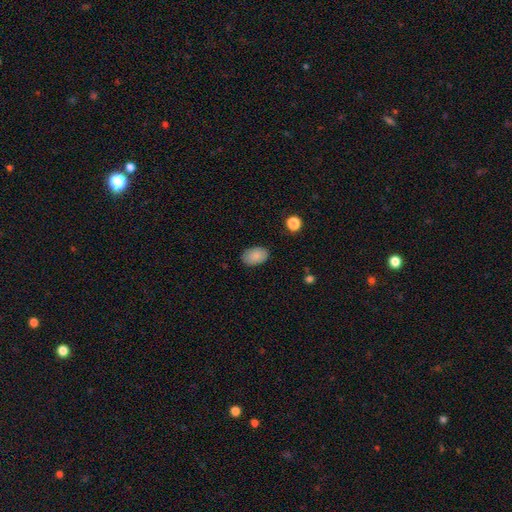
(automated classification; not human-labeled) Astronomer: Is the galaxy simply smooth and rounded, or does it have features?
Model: smooth — 87%.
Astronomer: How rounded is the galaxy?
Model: in between — 89%.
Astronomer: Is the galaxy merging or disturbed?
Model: none — 85%.